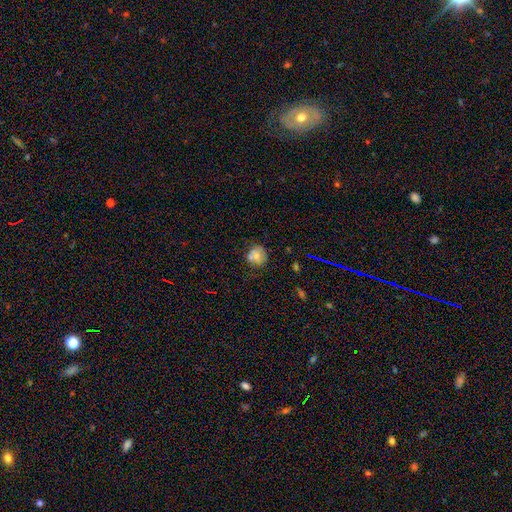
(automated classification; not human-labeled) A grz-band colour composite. It shows a smooth galaxy with no disk features (69%) that is round (84%). Merging: none (61%).